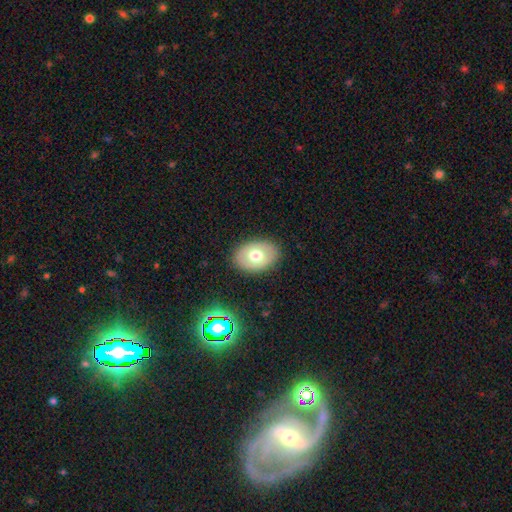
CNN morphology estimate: smooth_or_featured: smooth (p=0.63) [alt: featured or disk p=0.29]
how_rounded: in between (p=0.80) [alt: round p=0.19]
merging: none (p=0.86) [alt: minor disturbance p=0.10]